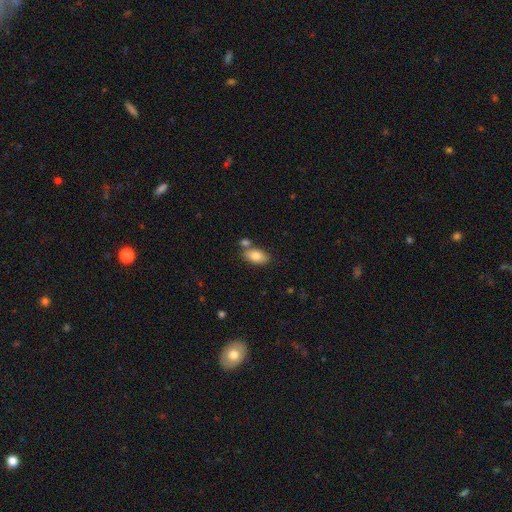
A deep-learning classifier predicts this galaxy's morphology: This is clearly a smooth galaxy (80%). How rounded: clearly in between (92%). Merging: likely none (66%).